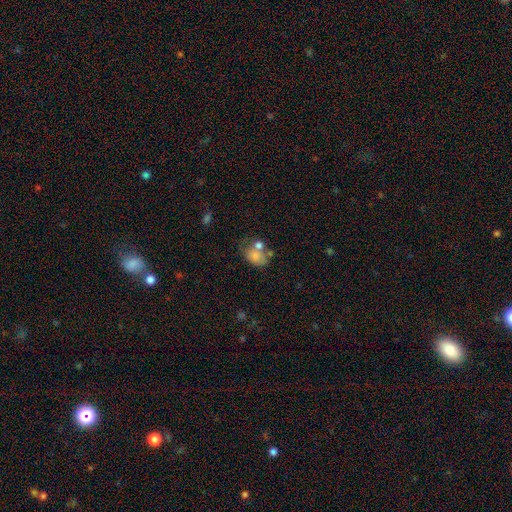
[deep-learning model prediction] A smooth galaxy with no disk features (71%) that is in between round and cigar-shaped (72%).

Vote fractions:
- Smooth or featured? smooth: 71% / featured or disk: 19% / star or artifact: 10%
- How rounded? in between: 72% / round: 26% / cigar-shaped: 1%
- Merging? none: 33% / merger: 32% / minor disturbance: 20% / major disturbance: 16%